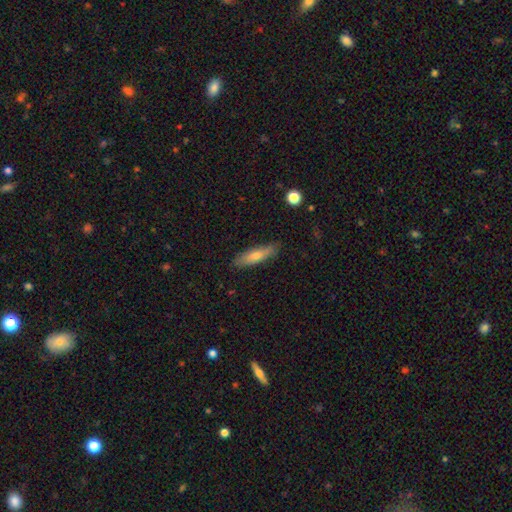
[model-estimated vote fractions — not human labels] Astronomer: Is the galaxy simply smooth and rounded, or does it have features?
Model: smooth — 64%.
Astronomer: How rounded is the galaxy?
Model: cigar-shaped — 71%.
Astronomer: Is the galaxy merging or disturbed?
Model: none — 86%.